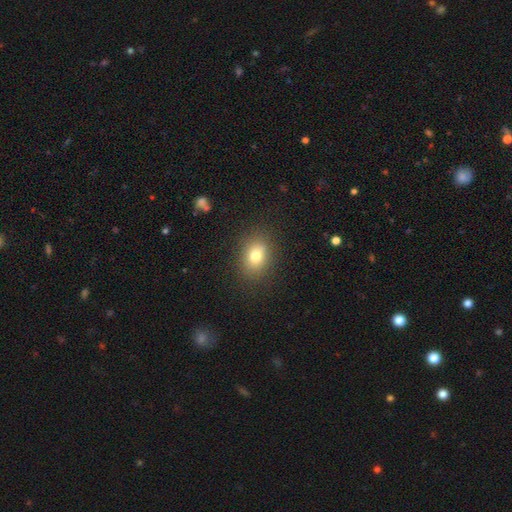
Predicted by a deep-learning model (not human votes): This appears to be a smooth galaxy with no disk features (77%) that is in between round and cigar-shaped (58%). Merging: none (86%).